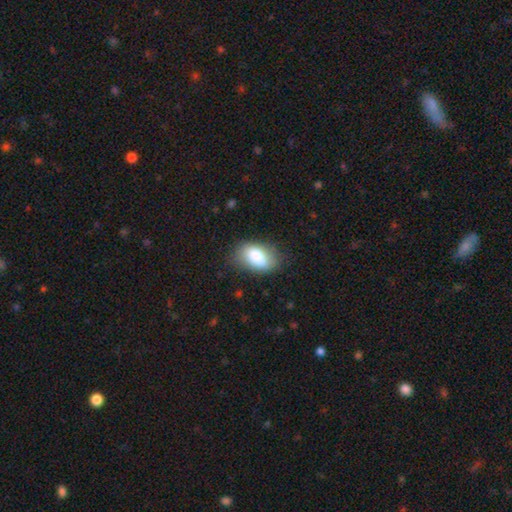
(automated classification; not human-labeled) smooth 77%, featured or disk 16%, star or artifact 8%. Down the decision tree: how rounded — in between (88%); merging — none (73%).